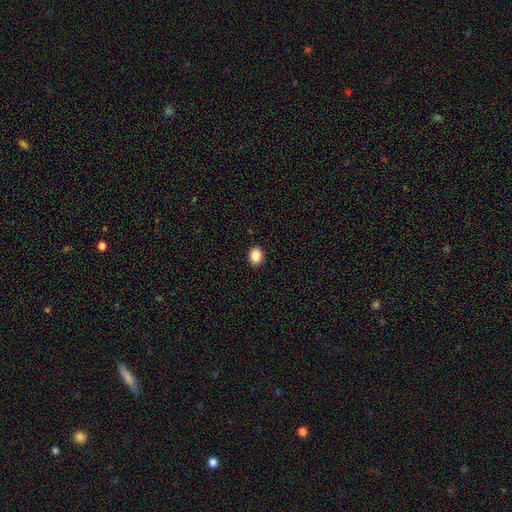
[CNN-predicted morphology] Overall: smooth (87%). How rounded: round (53%; in between 46%). Merging: none (91%).